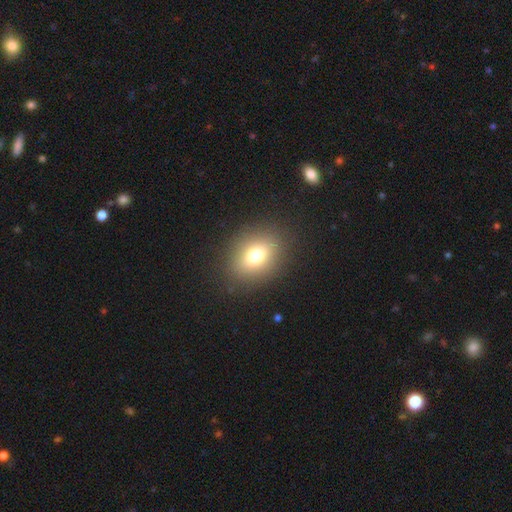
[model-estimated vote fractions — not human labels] Q: Smooth or featured?
A: smooth (73%); runner-up: star or artifact (14%)
Q: How rounded?
A: in between (54%); runner-up: round (45%)
Q: Merging?
A: none (87%); runner-up: minor disturbance (8%)